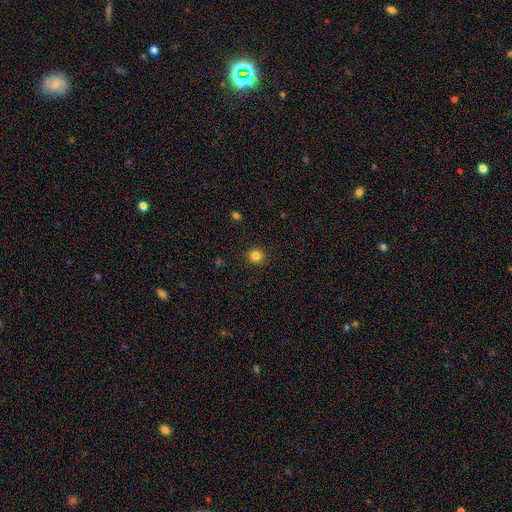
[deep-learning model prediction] A smooth galaxy with no disk features (83%) that is round (92%). Merging: none (91%).